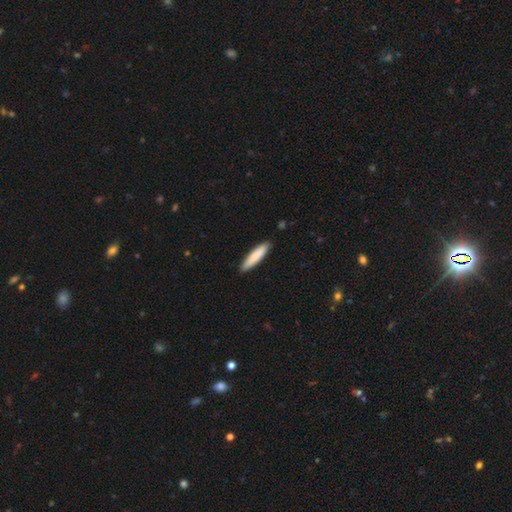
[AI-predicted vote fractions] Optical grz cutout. It shows a smooth galaxy with no disk features (82%) that is cigar-shaped (82%). Merging: none (89%).